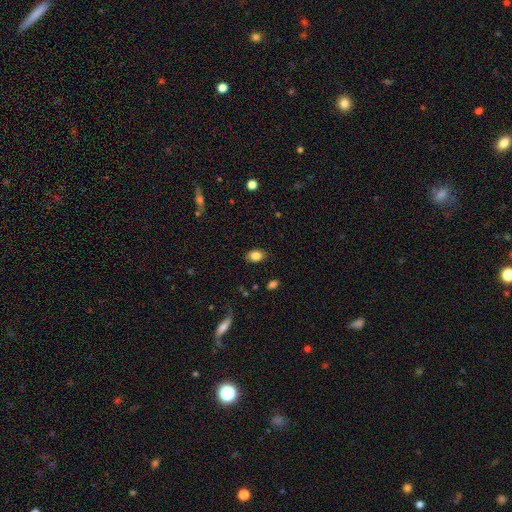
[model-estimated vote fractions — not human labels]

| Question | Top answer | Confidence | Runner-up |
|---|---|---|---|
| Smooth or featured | smooth | 84% | star or artifact (9%) |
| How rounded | in between | 83% | round (16%) |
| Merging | none | 85% | minor disturbance (11%) |